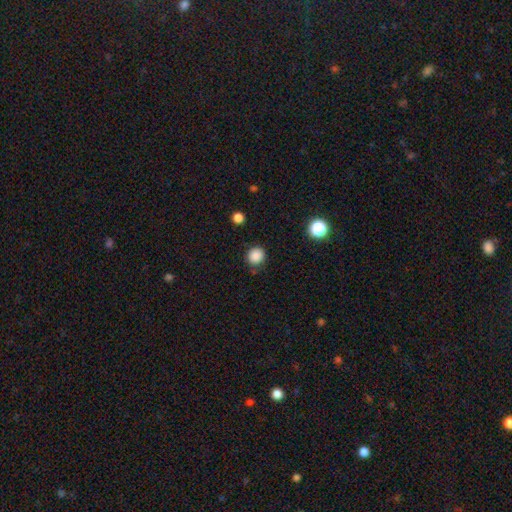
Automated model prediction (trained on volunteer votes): A smooth galaxy with no disk features (86%) that is round (86%).

Vote fractions:
- Smooth or featured? smooth: 86% / star or artifact: 11% / featured or disk: 3%
- How rounded? round: 86% / in between: 13% / cigar-shaped: 1%
- Merging? none: 84% / minor disturbance: 11% / major disturbance: 3% / merger: 2%